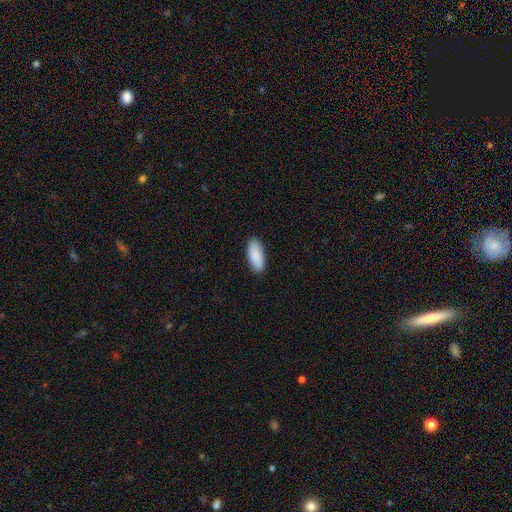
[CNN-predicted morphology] smooth-or-featured: smooth: 90% | star or artifact: 5% | featured or disk: 4%
  how-rounded: in between: 83% | cigar-shaped: 15% | round: 2%
  merging: none: 89% | minor disturbance: 8% | major disturbance: 2% | merger: 1%